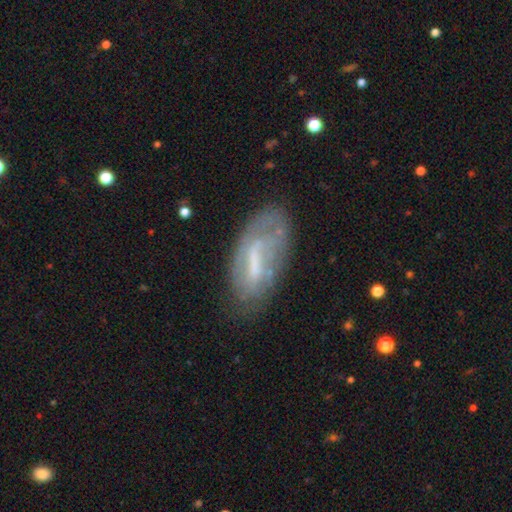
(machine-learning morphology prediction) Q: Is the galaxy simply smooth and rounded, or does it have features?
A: featured or disk — 55%.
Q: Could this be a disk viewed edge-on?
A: no — 86%.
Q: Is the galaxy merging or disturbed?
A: none — 60%.